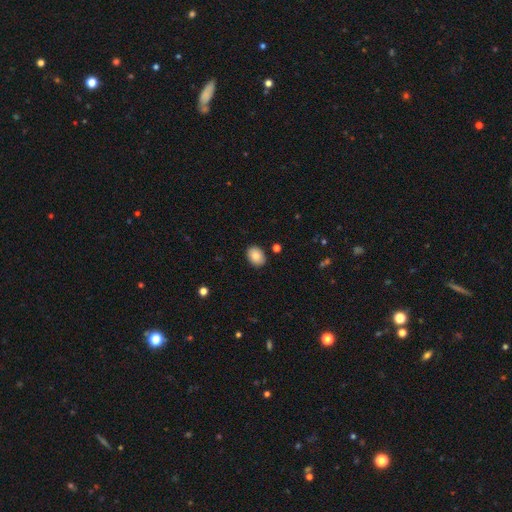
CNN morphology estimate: Smooth or featured: smooth — 87% (star or artifact — 7%)
How rounded: in between — 74% (round — 25%)
Merging: none — 87% (minor disturbance — 9%)